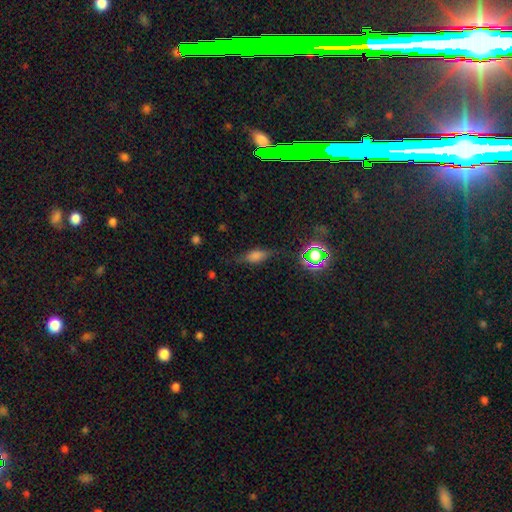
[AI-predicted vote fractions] A smooth galaxy with no disk features (57%) that is in between round and cigar-shaped (65%).

Vote fractions:
- Smooth or featured? smooth: 57% / featured or disk: 26% / star or artifact: 16%
- How rounded? in between: 65% / cigar-shaped: 26% / round: 8%
- Merging? none: 72% / minor disturbance: 20% / major disturbance: 7% / merger: 2%